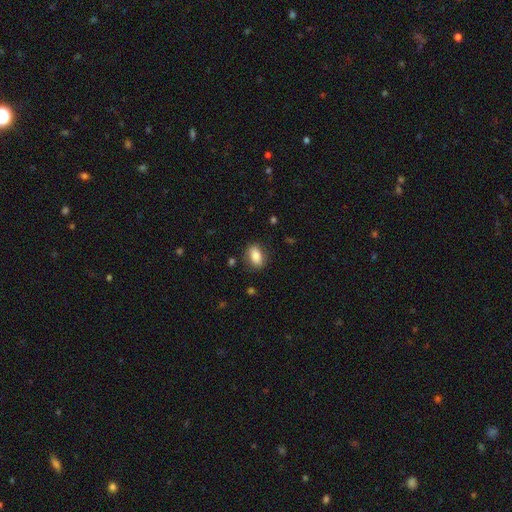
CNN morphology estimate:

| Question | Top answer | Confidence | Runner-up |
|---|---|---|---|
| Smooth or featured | smooth | 84% | featured or disk (9%) |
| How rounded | in between | 87% | round (9%) |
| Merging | none | 84% | minor disturbance (12%) |